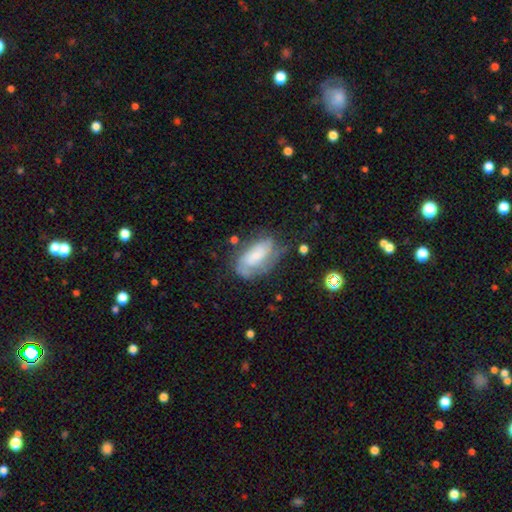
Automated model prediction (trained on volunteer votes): Q: Smooth or featured?
A: featured or disk (54%); runner-up: smooth (38%)
Q: Edge-on disk?
A: no (93%); runner-up: yes (7%)
Q: Merging?
A: none (47%); runner-up: minor disturbance (29%)